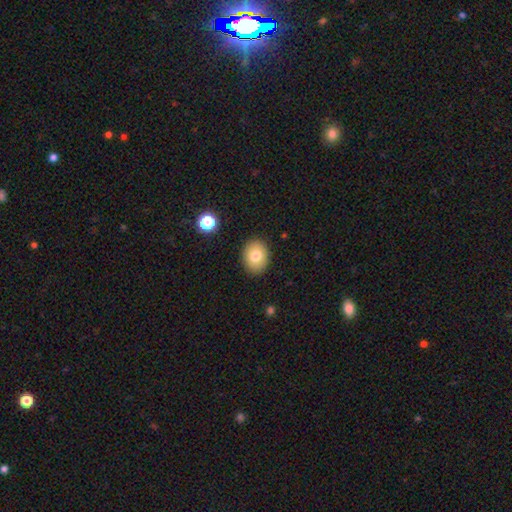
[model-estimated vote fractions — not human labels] Morphology: type=smooth (79%); roundness=round (50%); merging=none (89%).